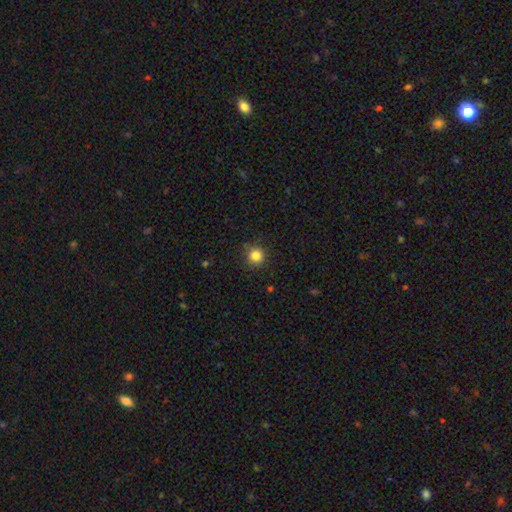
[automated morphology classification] smooth 84%, star or artifact 12%, featured or disk 4%. Down the decision tree: how rounded — round (94%); merging — none (87%).